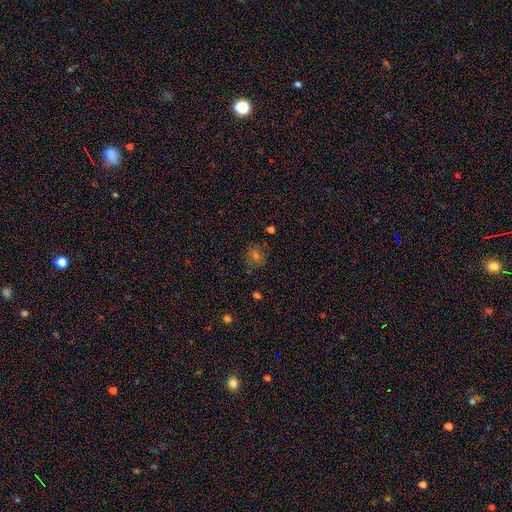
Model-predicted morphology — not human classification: Q: Smooth or featured?
A: smooth (54%); runner-up: star or artifact (30%)
Q: How rounded?
A: round (81%); runner-up: in between (18%)
Q: Merging?
A: none (79%); runner-up: minor disturbance (14%)